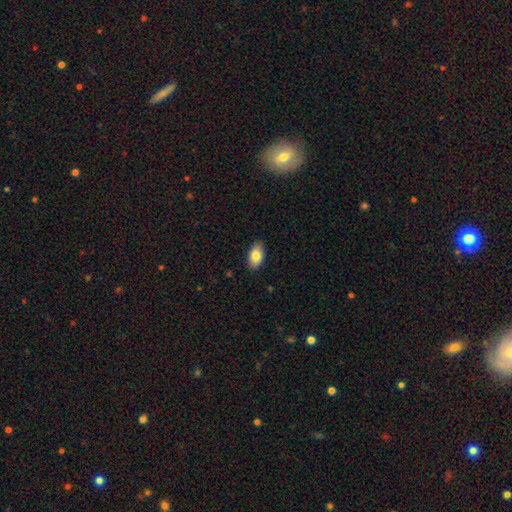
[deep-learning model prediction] Smooth or featured? smooth (84%)
How rounded? in between (93%)
Merging? none (88%)